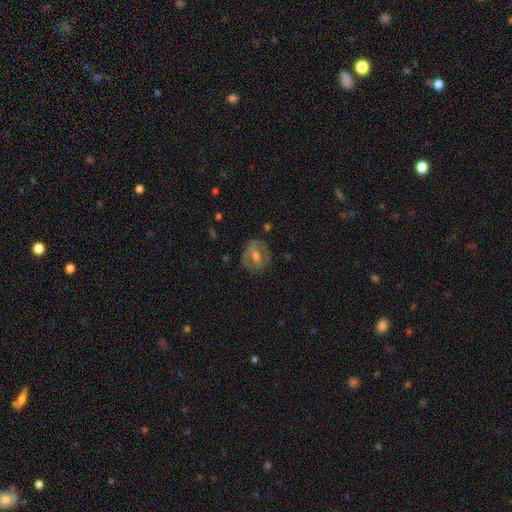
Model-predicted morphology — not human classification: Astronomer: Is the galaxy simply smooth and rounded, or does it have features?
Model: featured or disk — 65%.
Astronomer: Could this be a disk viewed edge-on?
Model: no — 93%.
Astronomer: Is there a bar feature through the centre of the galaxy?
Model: weak — 39% (runner-up: strong, 35%).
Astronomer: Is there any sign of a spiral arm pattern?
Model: no — 50%, tied with yes at 50%.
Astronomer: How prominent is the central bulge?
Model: moderate — 64%.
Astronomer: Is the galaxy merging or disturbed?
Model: none — 76%.